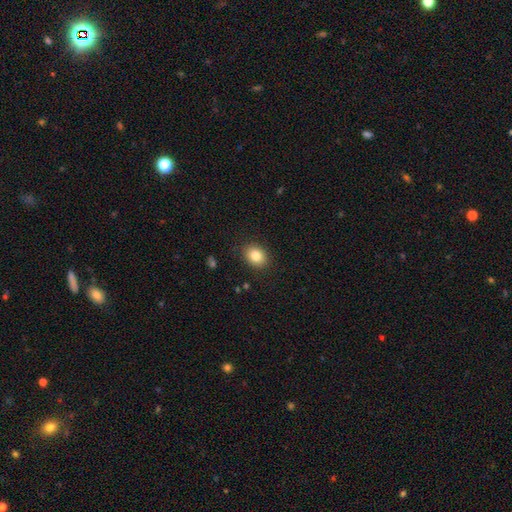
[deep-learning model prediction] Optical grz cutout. It shows a smooth galaxy with no disk features (83%) that is round (50%). Merging: none (87%).